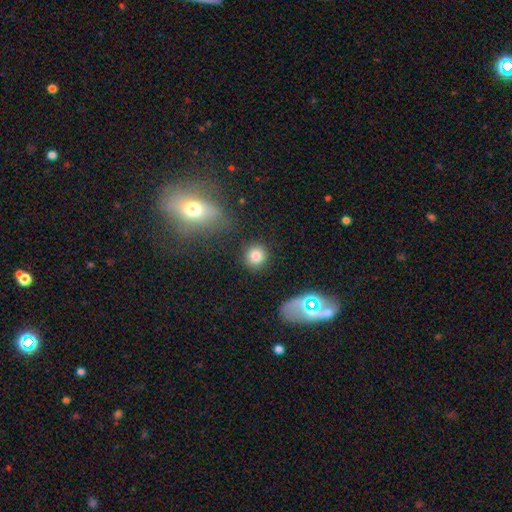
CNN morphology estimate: type=smooth (82%); roundness=round (89%); merging=none (85%).